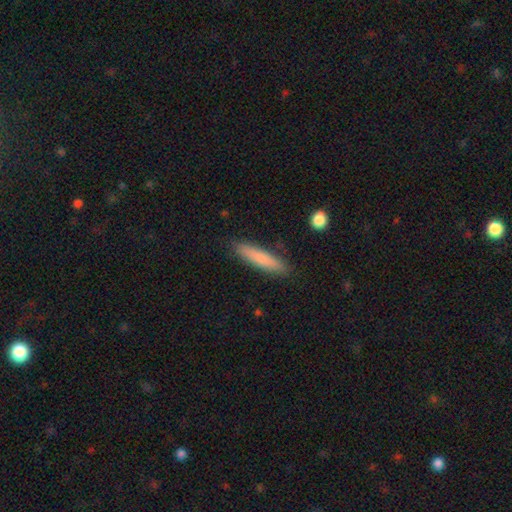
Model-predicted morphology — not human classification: Smooth or featured? Predicted: smooth (p=0.79). How rounded? Predicted: cigar-shaped (p=0.89). Merging? Predicted: none (p=0.88).